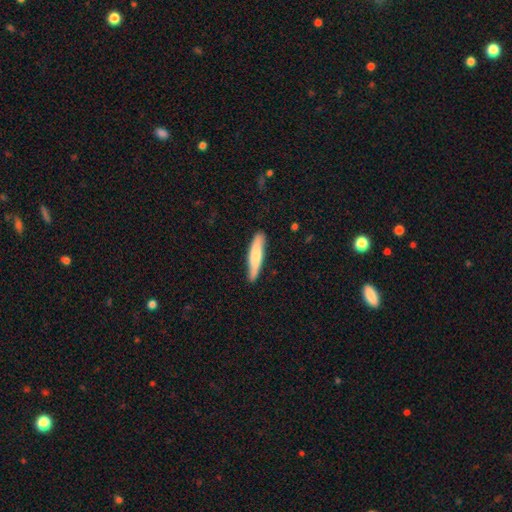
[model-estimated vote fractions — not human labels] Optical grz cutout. It shows a smooth galaxy with no disk features (68%) that is cigar-shaped (87%). Merging: none (84%).